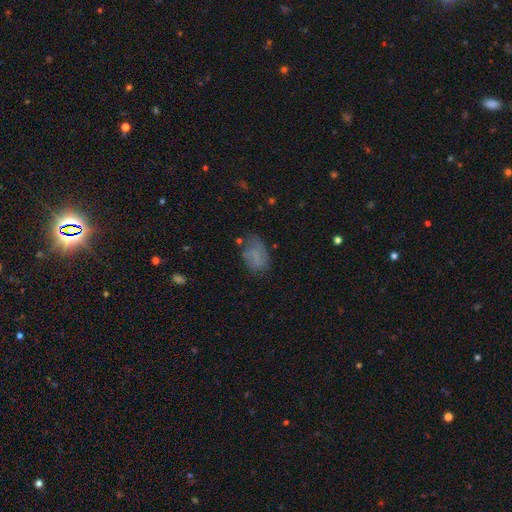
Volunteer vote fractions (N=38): This appears to be a smooth galaxy with no disk features (74%) that is in between round and cigar-shaped (89%). Merging: none (70%).